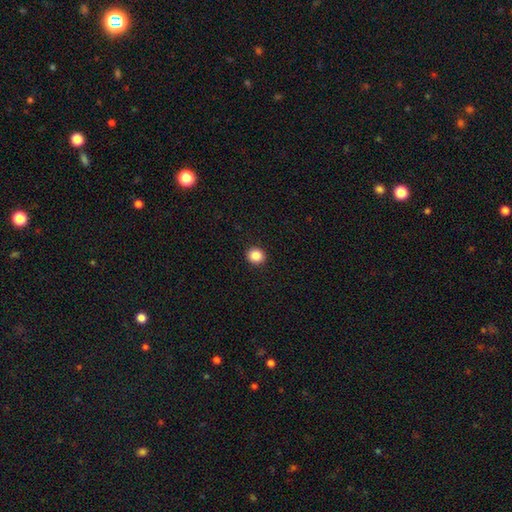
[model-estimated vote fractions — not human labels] Q: Smooth or featured?
A: smooth (86%); runner-up: star or artifact (10%)
Q: How rounded?
A: round (83%); runner-up: in between (16%)
Q: Merging?
A: none (93%); runner-up: minor disturbance (5%)